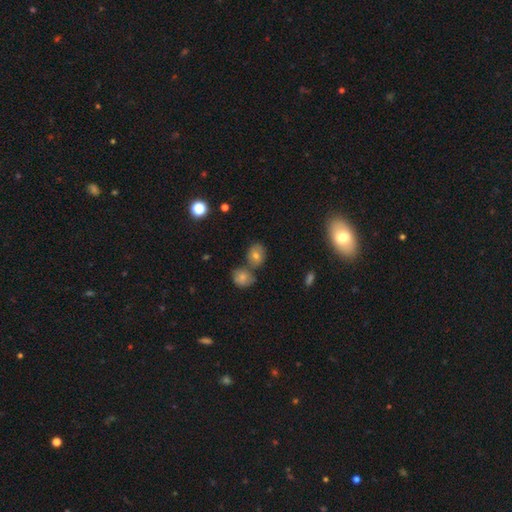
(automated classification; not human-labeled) Overall: smooth (49%; star or artifact 29%). Merging: none (68%).